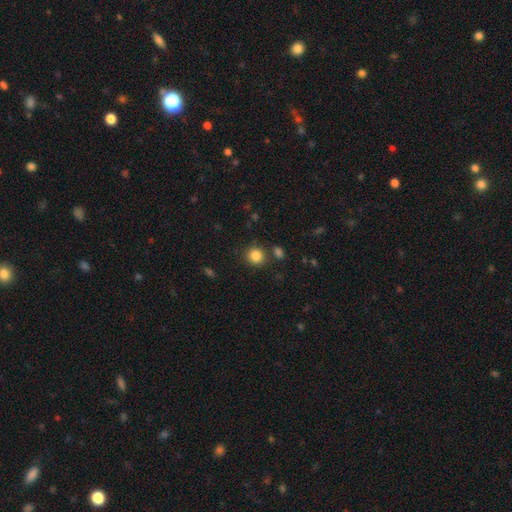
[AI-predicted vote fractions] smooth 85%, star or artifact 11%, featured or disk 5%. Down the decision tree: how rounded — round (88%); merging — none (82%).